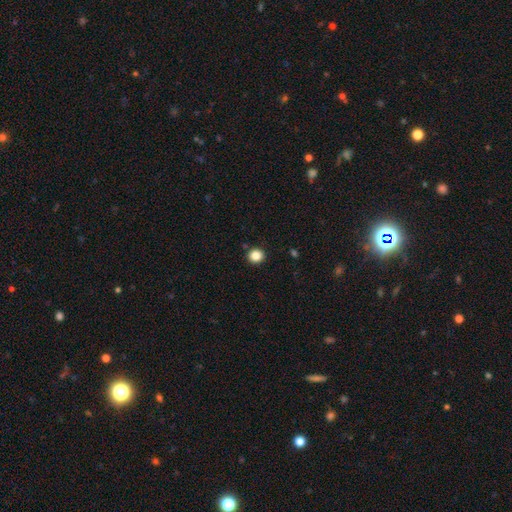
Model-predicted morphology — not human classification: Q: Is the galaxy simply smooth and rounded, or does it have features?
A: smooth — 85%.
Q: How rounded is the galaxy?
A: round — 88%.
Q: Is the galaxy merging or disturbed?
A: none — 91%.